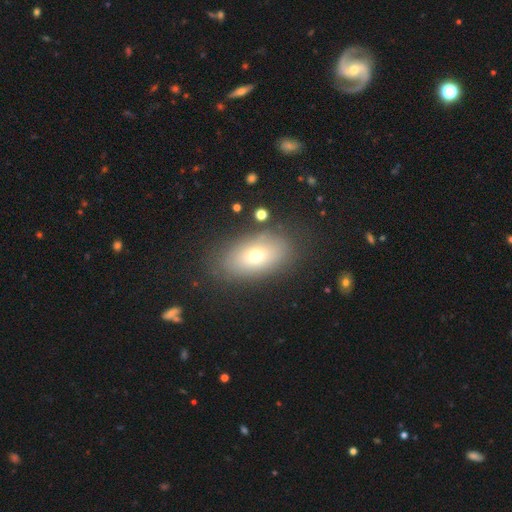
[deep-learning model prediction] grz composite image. It shows a smooth galaxy with no disk features (67%) that is in between round and cigar-shaped (87%). Merging: none (81%).